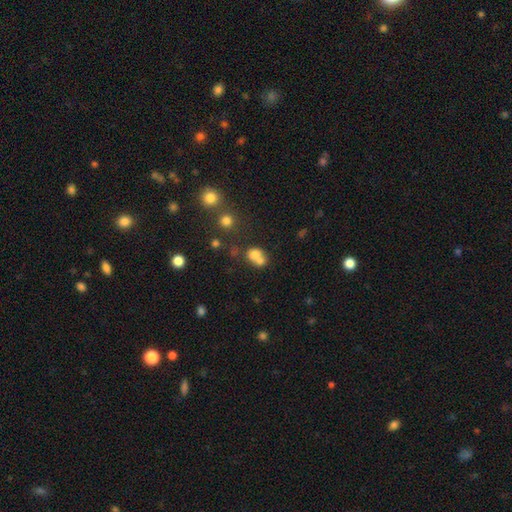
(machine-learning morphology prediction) This appears to be a smooth galaxy with no disk features (71%) that is round (61%). Merging: merger (59%).